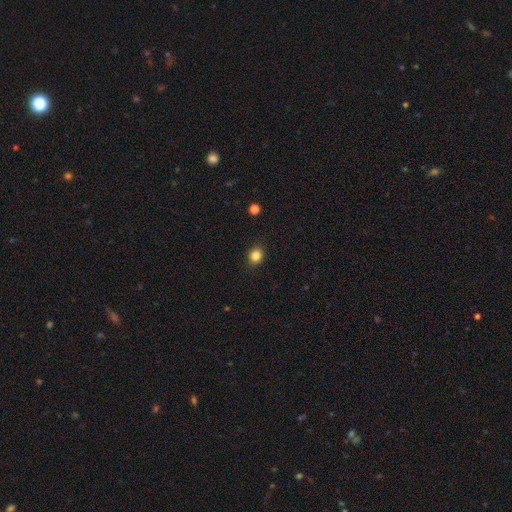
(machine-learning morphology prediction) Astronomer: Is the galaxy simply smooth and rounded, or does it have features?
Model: smooth — 84%.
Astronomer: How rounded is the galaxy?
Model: round — 62% (runner-up: in between, 37%).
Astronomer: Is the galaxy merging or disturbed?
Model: none — 88%.